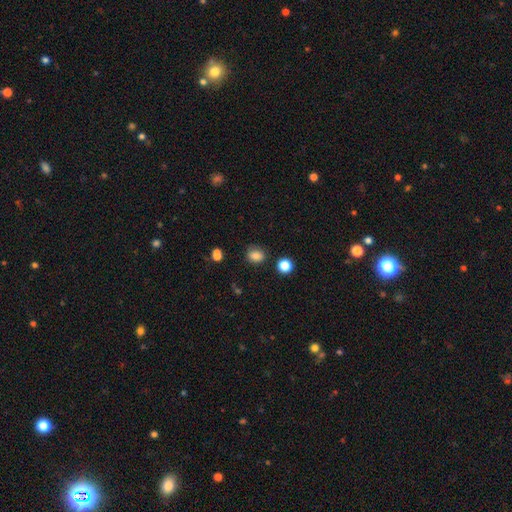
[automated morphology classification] Smooth or featured?
  - smooth: 83% *
  - star or artifact: 12%
  - featured or disk: 5%
How rounded?
  - round: 62% *
  - in between: 37%
  - cigar-shaped: 1%
Merging?
  - none: 82% *
  - minor disturbance: 12%
  - merger: 3%
  - major disturbance: 3%